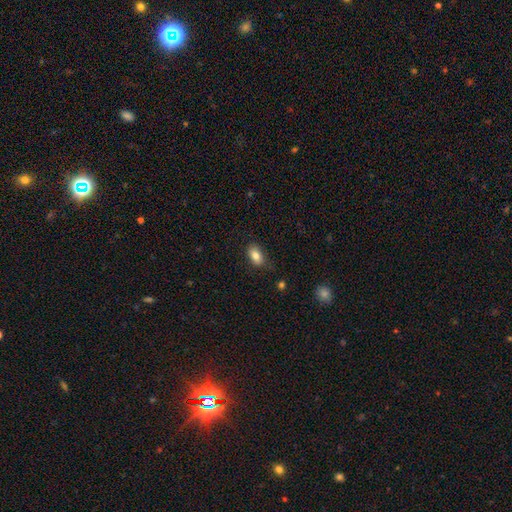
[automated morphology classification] A smooth galaxy with no disk features (83%) that is in between round and cigar-shaped (89%). Merging: none (79%).